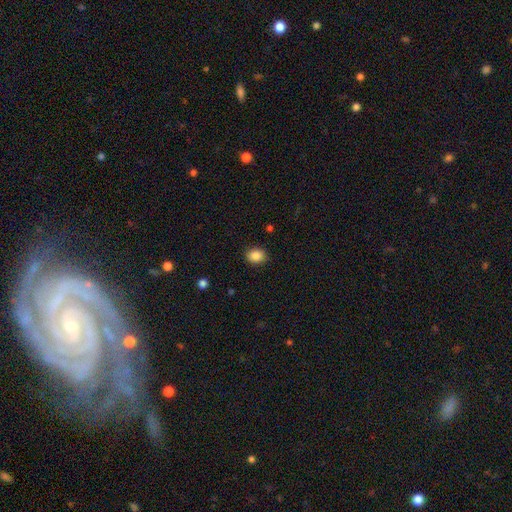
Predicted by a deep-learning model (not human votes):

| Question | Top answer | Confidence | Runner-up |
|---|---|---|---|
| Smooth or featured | smooth | 86% | star or artifact (9%) |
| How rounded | round | 59% | in between (41%) |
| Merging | none | 89% | minor disturbance (8%) |